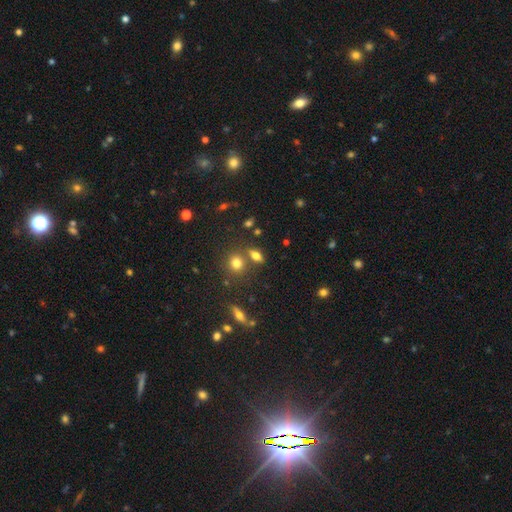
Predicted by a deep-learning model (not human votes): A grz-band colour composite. It shows a smooth galaxy with no disk features (68%) that is in between round and cigar-shaped (72%). Merging: none (68%).